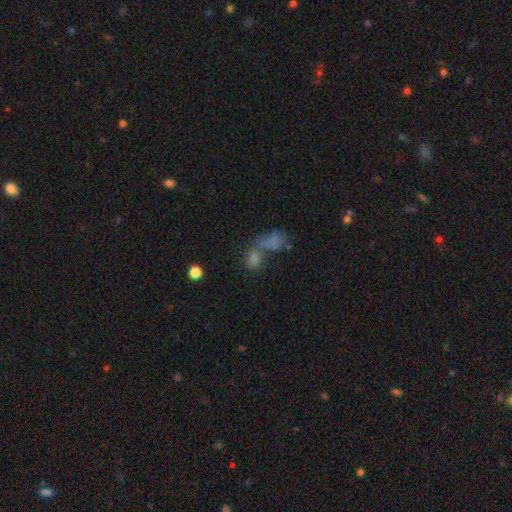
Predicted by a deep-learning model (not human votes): smooth 62%, star or artifact 22%, featured or disk 16%. Down the decision tree: how rounded — in between (58%); merging — merger (55%).